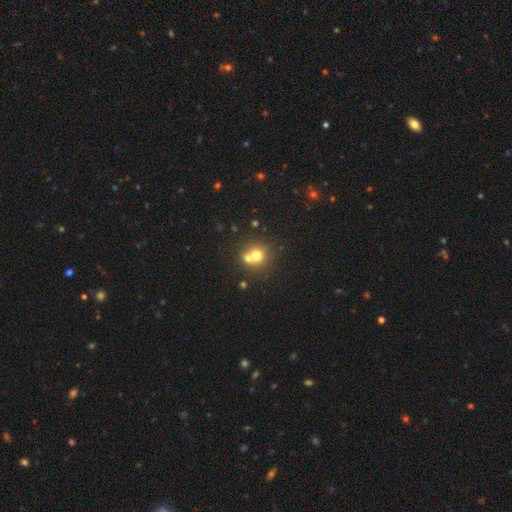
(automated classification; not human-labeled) A smooth galaxy with no disk features (69%) that is round (86%). Merging: none (46%).